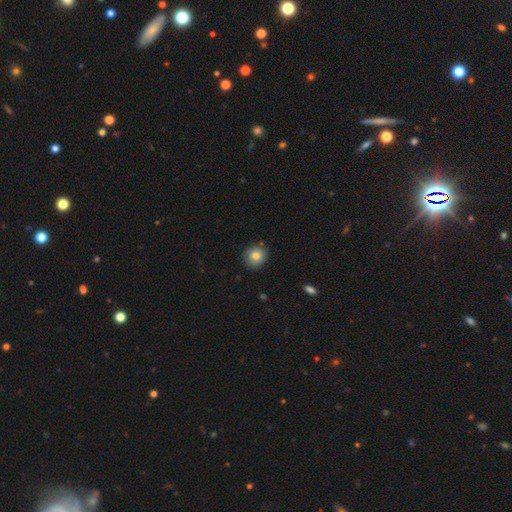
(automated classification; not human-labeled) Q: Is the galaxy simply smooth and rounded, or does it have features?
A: smooth — 80%.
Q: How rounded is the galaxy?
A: round — 87%.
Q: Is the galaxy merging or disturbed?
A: none — 86%.